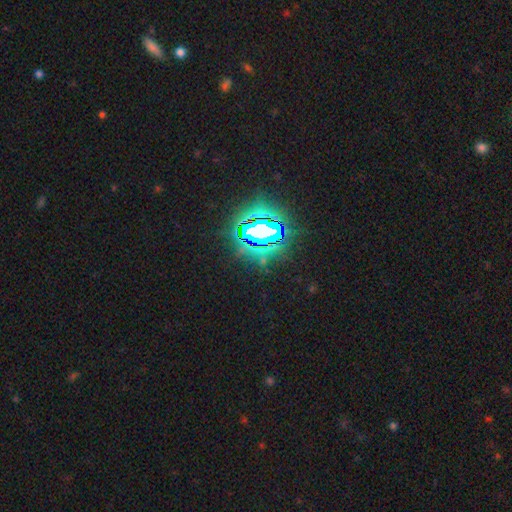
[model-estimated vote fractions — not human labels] This appears to be a star or artifact, not a galaxy (79%).